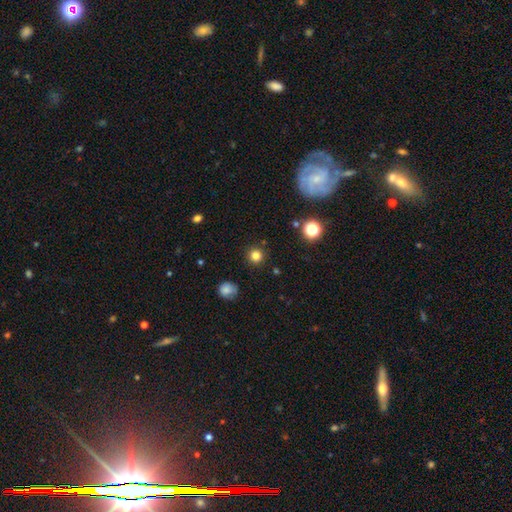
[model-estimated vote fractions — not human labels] Overall: smooth (80%). How rounded: round (95%). Merging: none (91%).